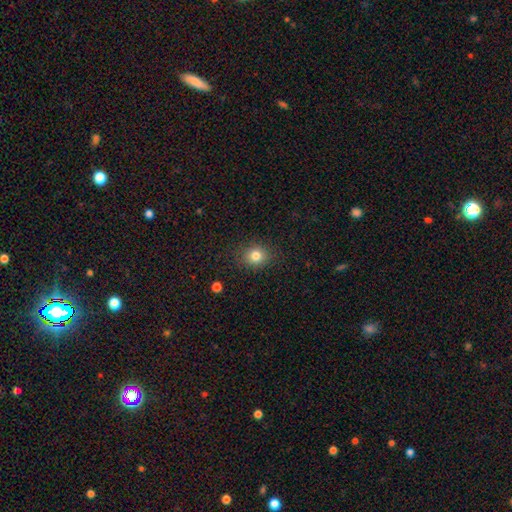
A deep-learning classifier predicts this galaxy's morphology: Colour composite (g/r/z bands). It shows a smooth galaxy with no disk features (81%) that is round (68%). Merging: none (87%).